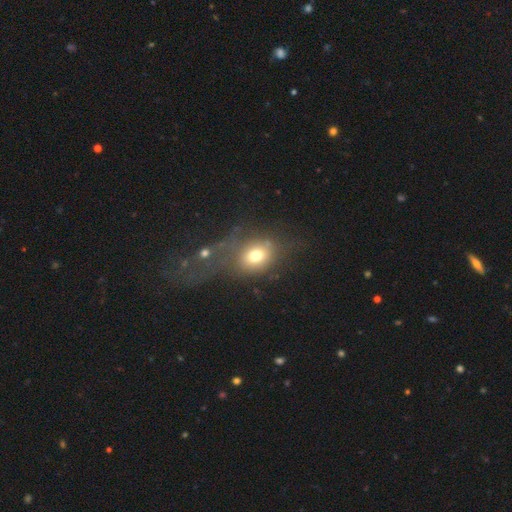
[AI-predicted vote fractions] Smooth or featured: smooth — 71% (featured or disk — 17%)
How rounded: in between — 50% (round — 48%)
Merging: none — 37% (major disturbance — 24%)